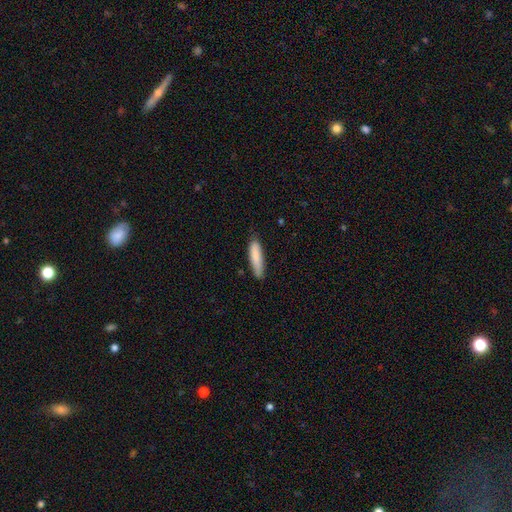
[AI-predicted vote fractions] A smooth galaxy with no disk features (84%) that is cigar-shaped (73%).

Vote fractions:
- Smooth or featured? smooth: 84% / featured or disk: 10% / star or artifact: 6%
- How rounded? cigar-shaped: 73% / in between: 26% / round: 1%
- Merging? none: 77% / minor disturbance: 19% / major disturbance: 3% / merger: 1%